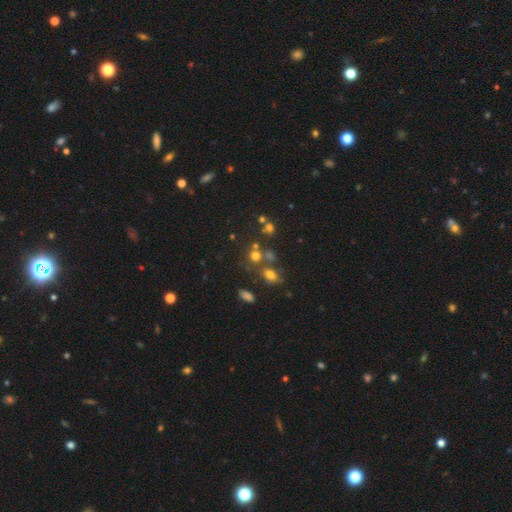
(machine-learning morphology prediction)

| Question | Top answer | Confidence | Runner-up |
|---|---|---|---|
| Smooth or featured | smooth | 64% | star or artifact (23%) |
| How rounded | round | 76% | in between (23%) |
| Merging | none | 56% | merger (27%) |